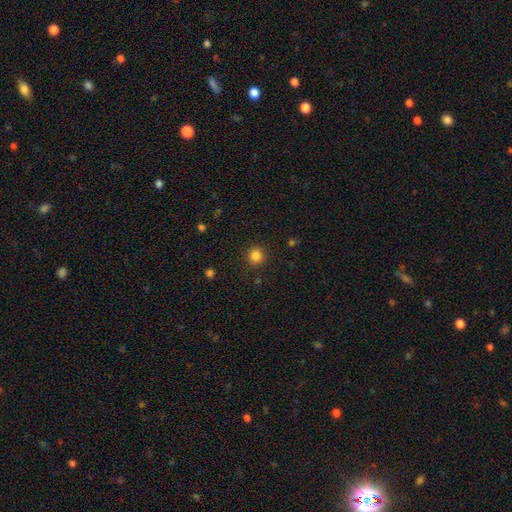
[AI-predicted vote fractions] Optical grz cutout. It shows a smooth galaxy with no disk features (83%) that is round (92%). Merging: none (90%).